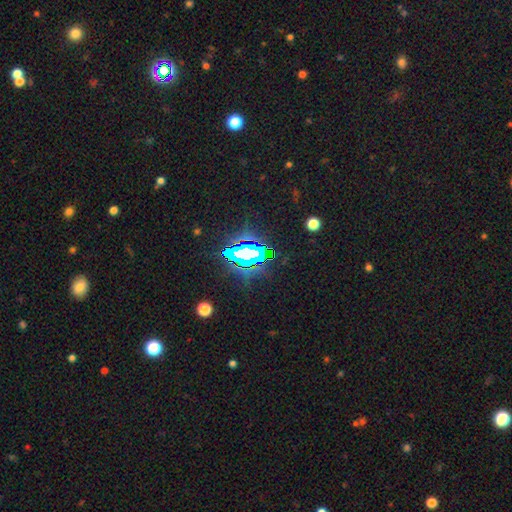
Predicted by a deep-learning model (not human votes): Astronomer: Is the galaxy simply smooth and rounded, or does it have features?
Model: star or artifact — 78%.